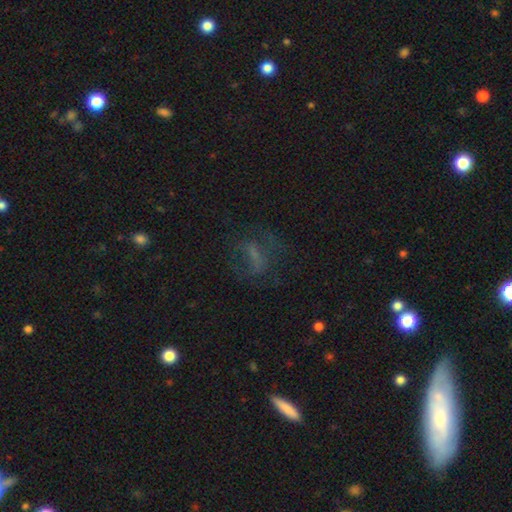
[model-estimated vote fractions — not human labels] The model was most divided on "smooth or featured" (2-way tie): featured or disk: 37%, smooth: 37%, star or artifact: 26%. More confident: merging — none (51%).